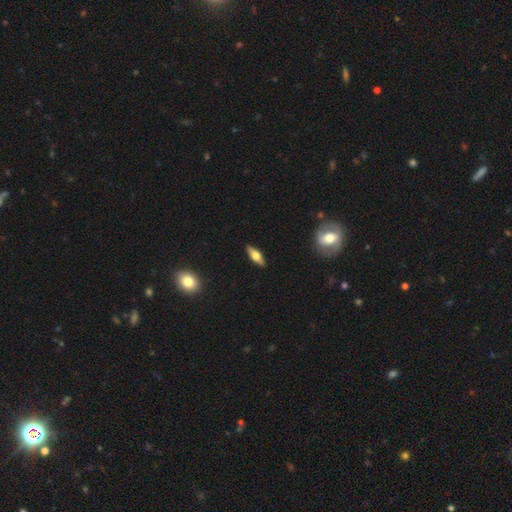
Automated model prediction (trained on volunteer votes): The model was most divided on "smooth or featured": featured or disk: 48%, smooth: 46%, star or artifact: 6%. More confident: merging — none (89%).